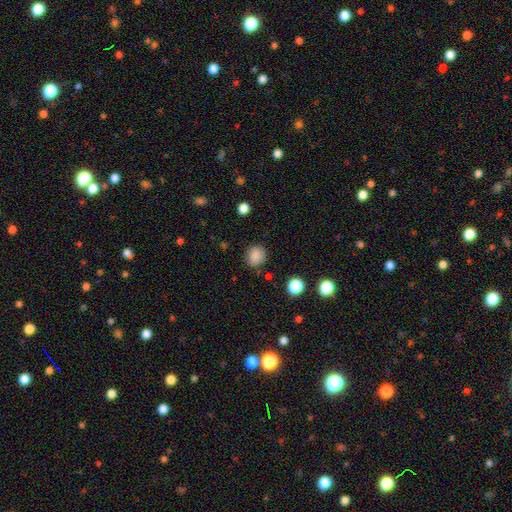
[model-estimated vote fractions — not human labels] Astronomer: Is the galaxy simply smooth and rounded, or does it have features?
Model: smooth — 85%.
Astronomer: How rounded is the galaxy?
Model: round — 76%.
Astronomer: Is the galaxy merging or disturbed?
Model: none — 82%.